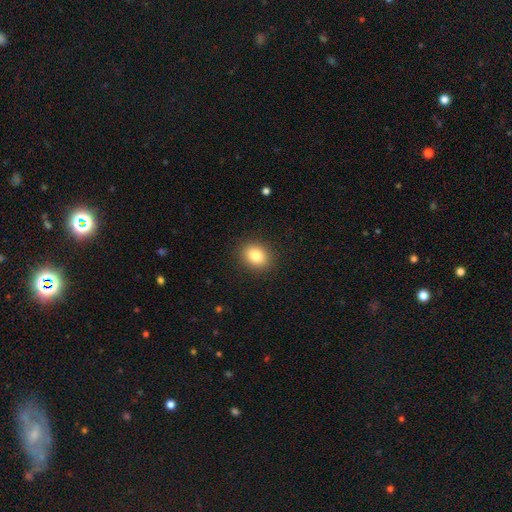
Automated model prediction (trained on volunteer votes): Morphology: type=smooth (83%); roundness=round (55%); merging=none (90%).